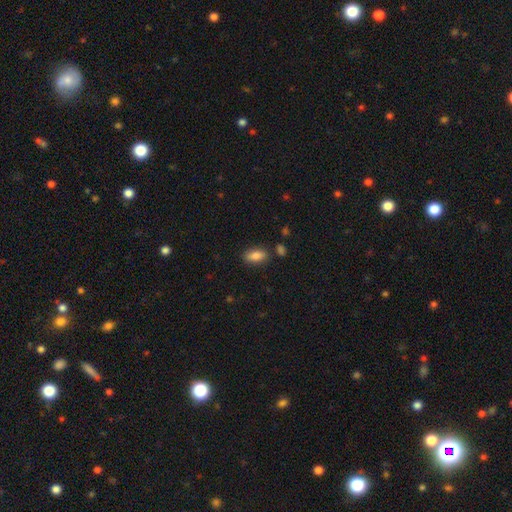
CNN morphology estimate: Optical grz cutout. It shows a smooth galaxy with no disk features (85%) that is in between round and cigar-shaped (88%). Merging: none (82%).